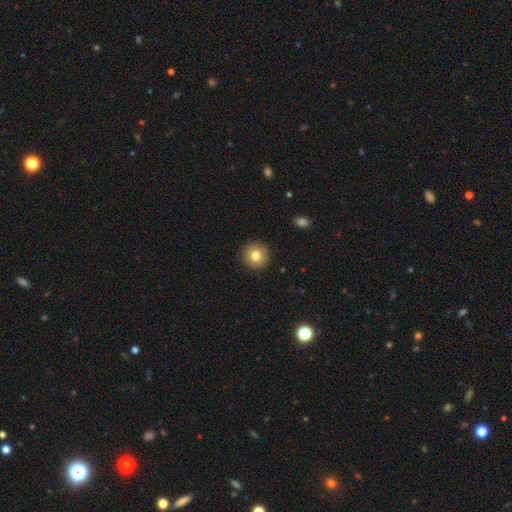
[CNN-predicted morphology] Q: Smooth or featured?
A: smooth (79%); runner-up: featured or disk (11%)
Q: How rounded?
A: round (95%); runner-up: in between (4%)
Q: Merging?
A: none (92%); runner-up: minor disturbance (5%)